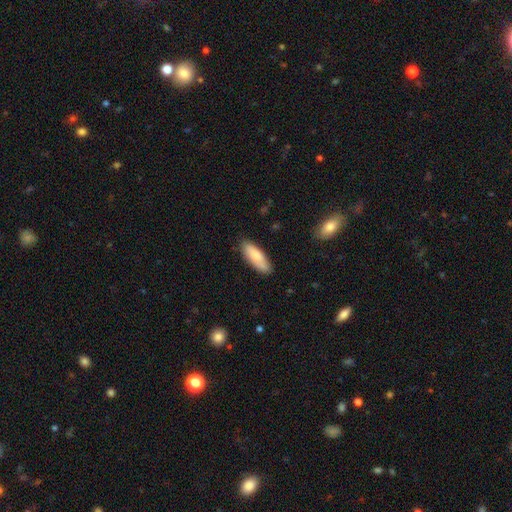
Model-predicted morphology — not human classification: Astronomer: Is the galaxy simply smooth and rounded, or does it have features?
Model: smooth — 79%.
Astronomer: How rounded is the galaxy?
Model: in between — 61% (runner-up: cigar-shaped, 37%).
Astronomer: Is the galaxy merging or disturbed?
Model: none — 81%.